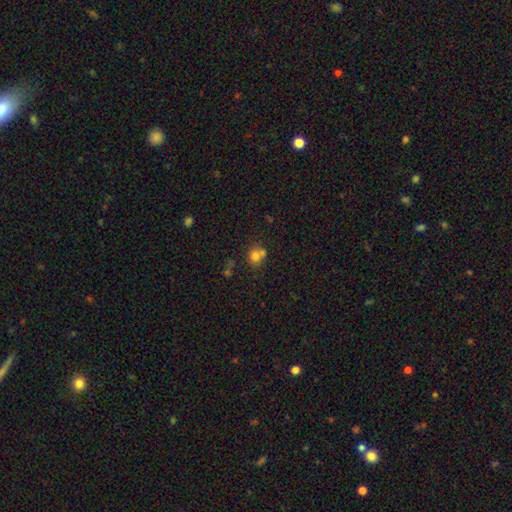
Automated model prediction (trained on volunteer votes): Smooth or featured? smooth (74%)
How rounded? round (74%)
Merging? none (47%)